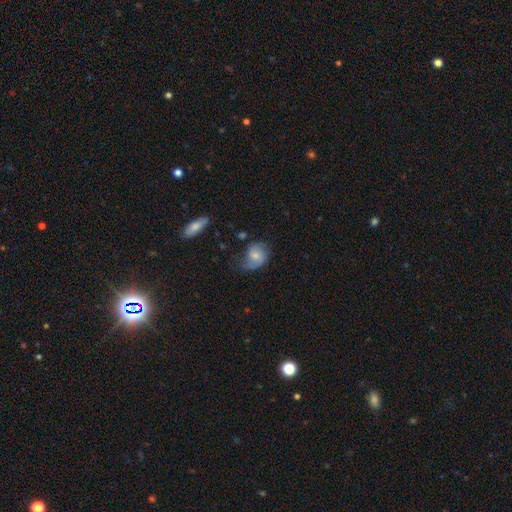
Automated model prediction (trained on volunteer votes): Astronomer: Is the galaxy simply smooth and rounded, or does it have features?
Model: smooth — 49% (runner-up: featured or disk, 44%).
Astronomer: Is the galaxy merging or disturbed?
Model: none — 46% (runner-up: minor disturbance, 32%).